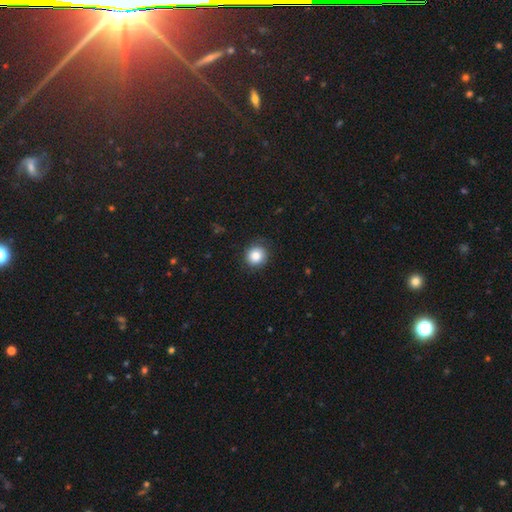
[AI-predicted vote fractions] smooth-or-featured: smooth: 83% | star or artifact: 9% | featured or disk: 7%
  how-rounded: round: 90% | in between: 9% | cigar-shaped: 1%
  merging: none: 87% | minor disturbance: 10% | major disturbance: 3% | merger: 1%